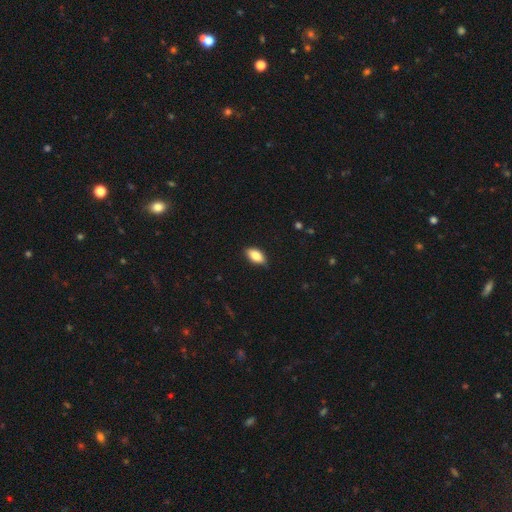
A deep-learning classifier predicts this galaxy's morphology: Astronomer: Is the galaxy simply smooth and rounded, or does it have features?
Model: smooth — 83%.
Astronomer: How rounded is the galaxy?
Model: in between — 90%.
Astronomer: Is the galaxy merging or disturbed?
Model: none — 84%.